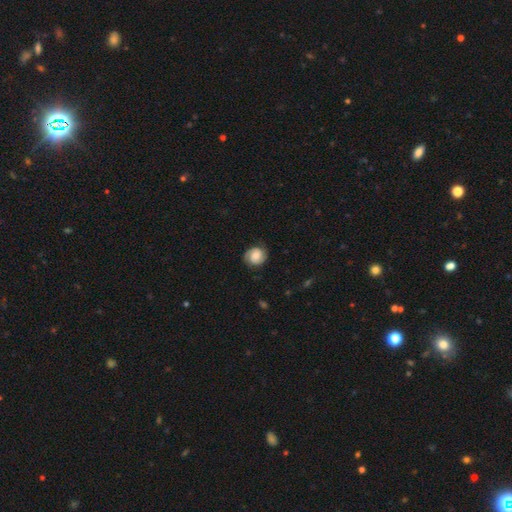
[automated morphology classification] The model was most divided on "smooth or featured": featured or disk: 55%, smooth: 37%, star or artifact: 8%. More confident: edge-on disk — no (98%); spiral arms — yes (91%); merging — none (82%); bar — no (62%); bulge size — moderate (51%).